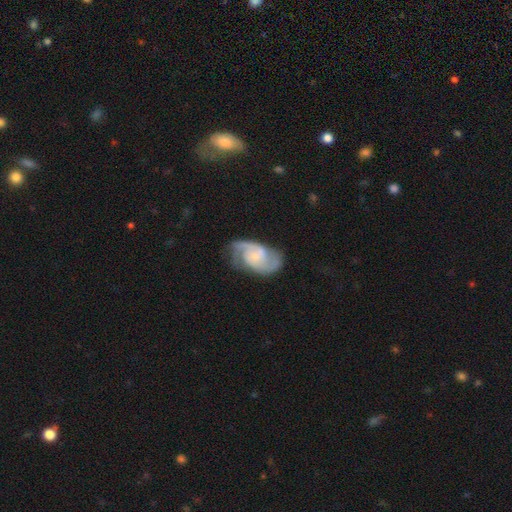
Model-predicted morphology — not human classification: type=featured or disk (87%); edge-on=no (97%); bar=no (52%); spiral arms=yes (97%); winding=medium (55%); arm count=2 (89%); bulge=small (59%); merging=none (72%).